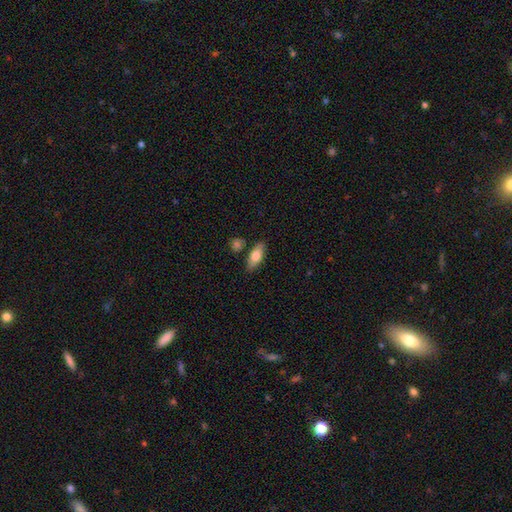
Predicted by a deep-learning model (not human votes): Smooth or featured: smooth — 76% (featured or disk — 18%)
How rounded: in between — 78% (cigar-shaped — 19%)
Merging: none — 80% (minor disturbance — 11%)